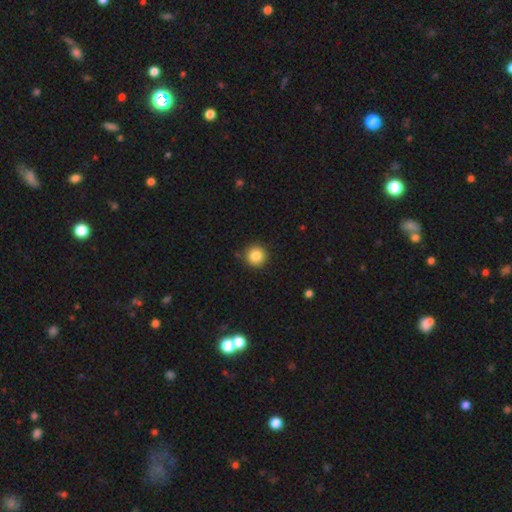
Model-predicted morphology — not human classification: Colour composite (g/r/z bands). It shows a smooth galaxy with no disk features (86%) that is round (95%). Merging: none (88%).